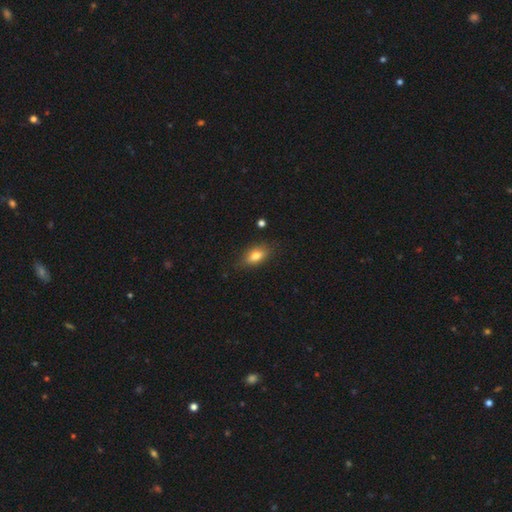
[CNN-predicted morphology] A smooth galaxy with no disk features (78%) that is in between round and cigar-shaped (84%).

Vote fractions:
- Smooth or featured? smooth: 78% / featured or disk: 13% / star or artifact: 9%
- How rounded? in between: 84% / cigar-shaped: 9% / round: 7%
- Merging? none: 81% / minor disturbance: 15% / major disturbance: 3% / merger: 2%